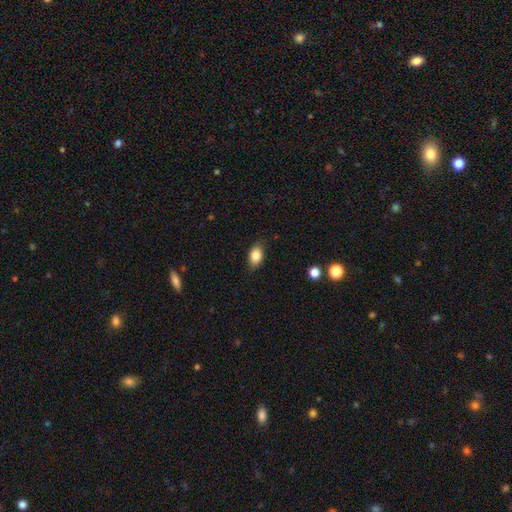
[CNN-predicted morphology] smooth 84%, star or artifact 8%, featured or disk 7%. Down the decision tree: how rounded — in between (86%); merging — none (83%).